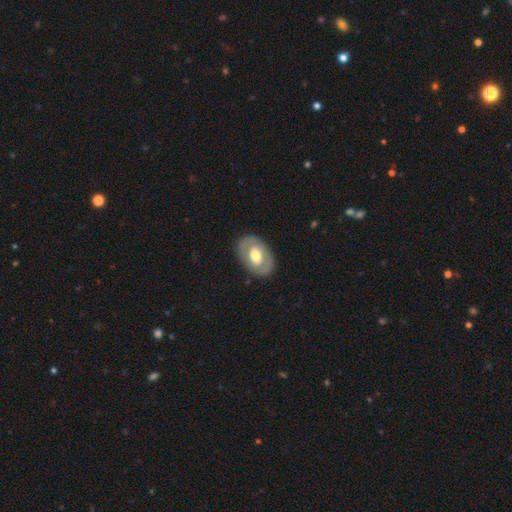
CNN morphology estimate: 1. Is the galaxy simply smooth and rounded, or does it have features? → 51% featured or disk, 43% smooth, 5% star or artifact.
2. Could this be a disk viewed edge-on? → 92% no, 8% yes.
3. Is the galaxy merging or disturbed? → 83% none, 12% minor disturbance, 4% major disturbance, 1% merger.